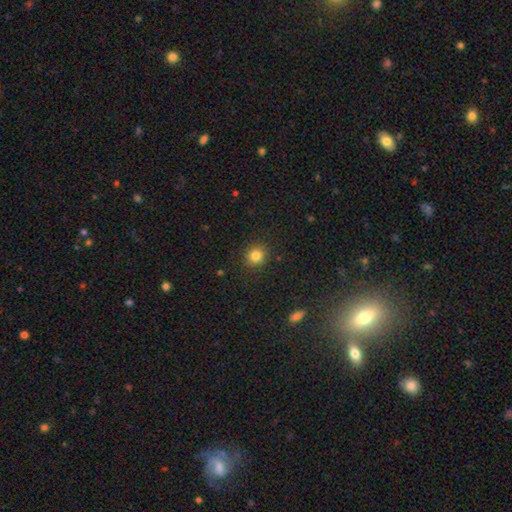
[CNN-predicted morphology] A smooth galaxy with no disk features (82%) that is round (86%).

Vote fractions:
- Smooth or featured? smooth: 82% / star or artifact: 12% / featured or disk: 6%
- How rounded? round: 86% / in between: 13% / cigar-shaped: 1%
- Merging? none: 90% / minor disturbance: 7% / major disturbance: 2% / merger: 1%